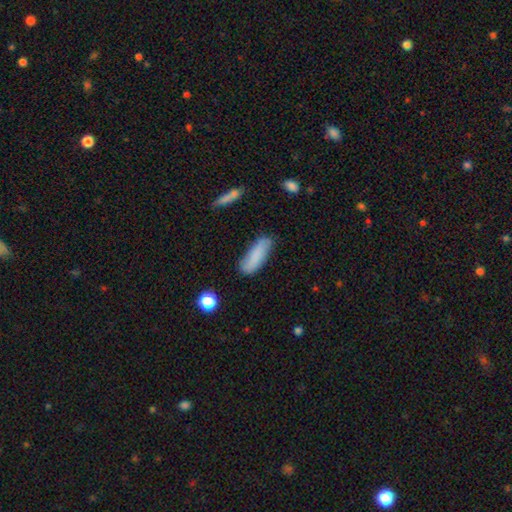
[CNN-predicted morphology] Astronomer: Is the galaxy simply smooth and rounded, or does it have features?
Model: smooth — 79%.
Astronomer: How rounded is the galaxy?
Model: in between — 56% (runner-up: cigar-shaped, 42%).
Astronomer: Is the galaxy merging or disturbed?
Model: none — 75%.